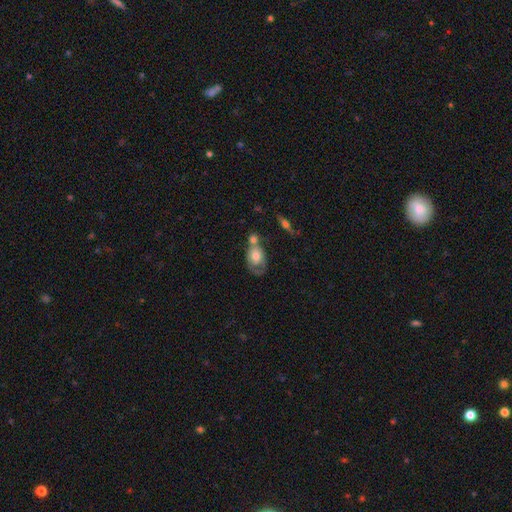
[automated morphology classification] This appears to be a smooth galaxy with no disk features (53%) that is in between round and cigar-shaped (77%). Merging: merger (39%).